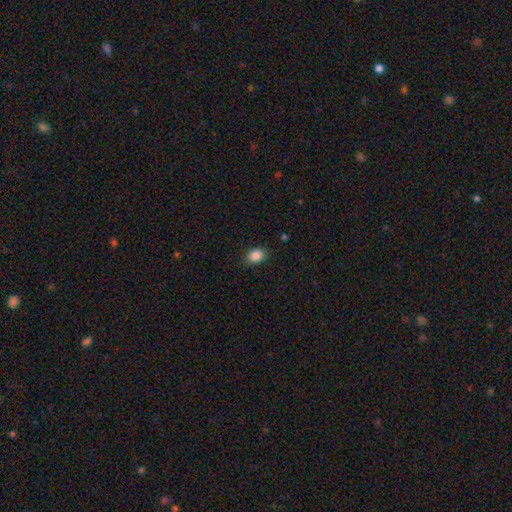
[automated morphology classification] Smooth or featured? Predicted: smooth (p=0.86). How rounded? Predicted: in between (p=0.67). Merging? Predicted: none (p=0.83).